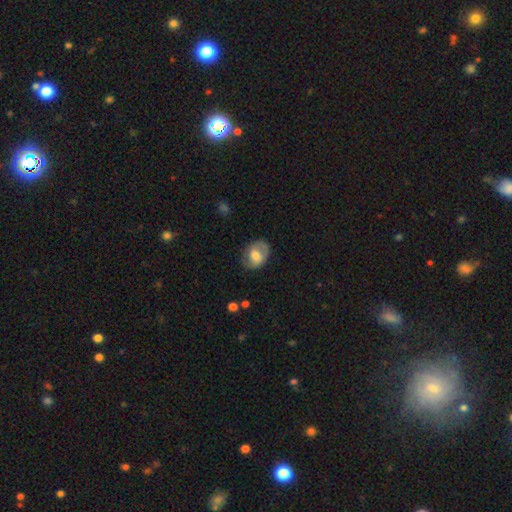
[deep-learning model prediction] Smooth or featured? Predicted: smooth (p=0.53). How rounded? Predicted: in between (p=0.67). Merging? Predicted: none (p=0.72).